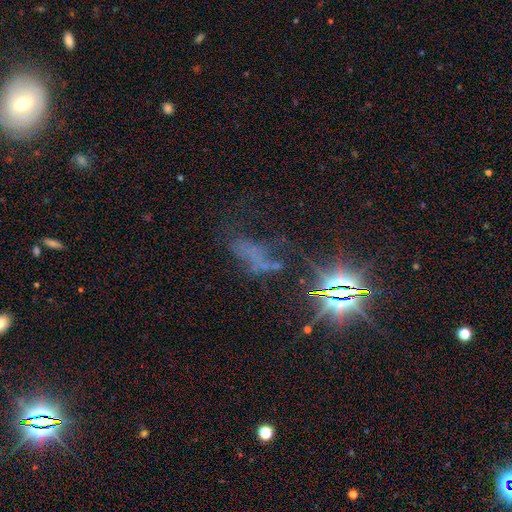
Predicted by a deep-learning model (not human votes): A star or artifact, not a galaxy (54%).